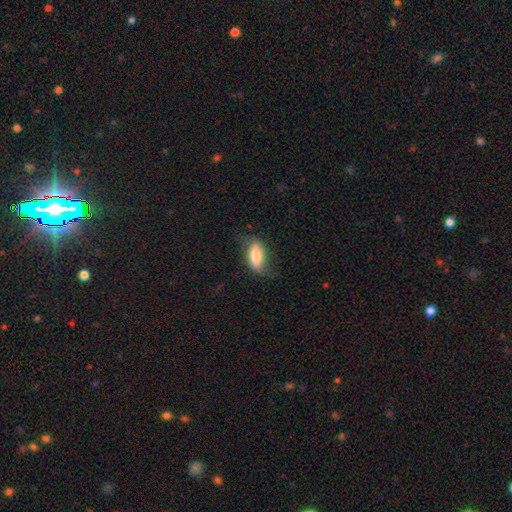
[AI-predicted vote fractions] smooth 69%, featured or disk 24%, star or artifact 6%. Down the decision tree: how rounded — in between (76%); merging — none (63%).